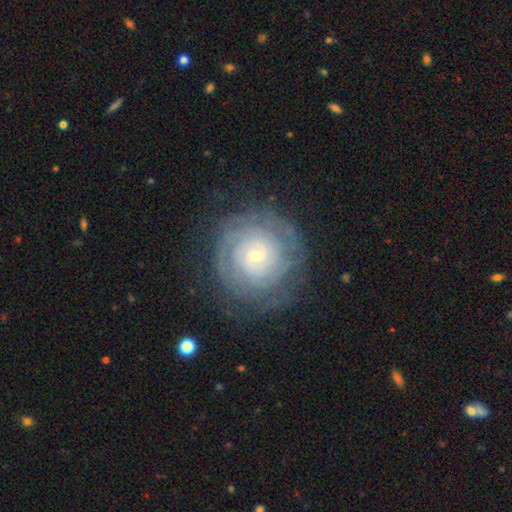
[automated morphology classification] Q: Smooth or featured?
A: featured or disk (80%); runner-up: smooth (14%)
Q: Edge-on disk?
A: no (98%); runner-up: yes (2%)
Q: Bar?
A: no (59%); runner-up: weak (33%)
Q: Spiral arms?
A: yes (94%); runner-up: no (6%)
Q: Spiral winding?
A: tight (83%); runner-up: medium (13%)
Q: Spiral arm count?
A: can't tell (42%); runner-up: 2 (23%)
Q: Bulge size?
A: small (78%); runner-up: moderate (17%)
Q: Merging?
A: none (79%); runner-up: minor disturbance (14%)